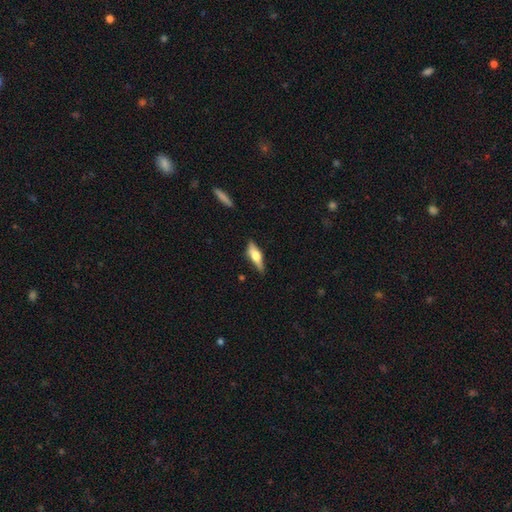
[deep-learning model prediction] This is possibly a featured or disk galaxy (49%). Merging: likely none (78%).